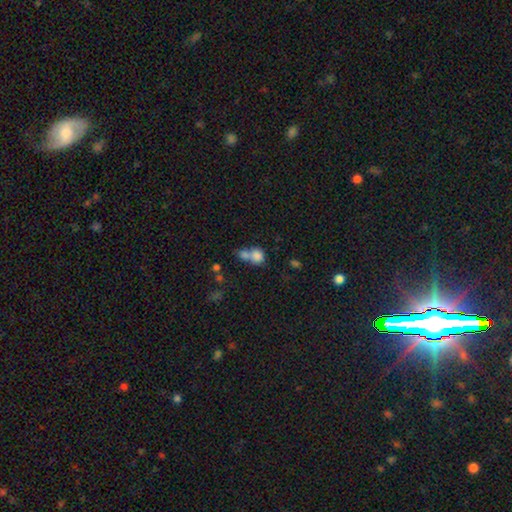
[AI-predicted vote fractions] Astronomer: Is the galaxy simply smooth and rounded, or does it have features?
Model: smooth — 79%.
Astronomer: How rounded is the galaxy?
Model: round — 64%.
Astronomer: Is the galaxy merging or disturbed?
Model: merger — 62%.